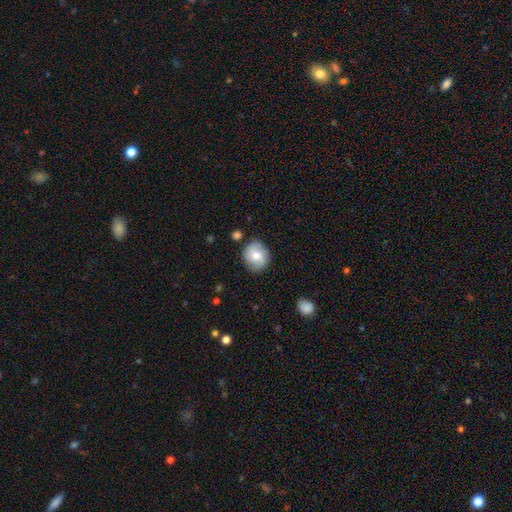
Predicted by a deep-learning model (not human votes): Smooth or featured? smooth (63%)
How rounded? round (78%)
Merging? none (80%)